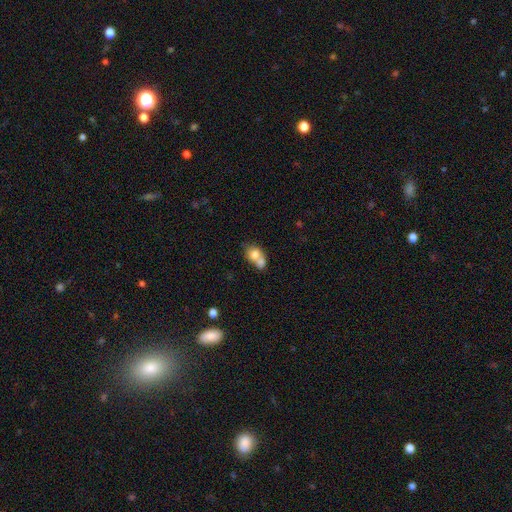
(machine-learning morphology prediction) This appears to be a smooth galaxy with no disk features (71%) that is in between round and cigar-shaped (49%, tied with round). Merging: merger (65%).